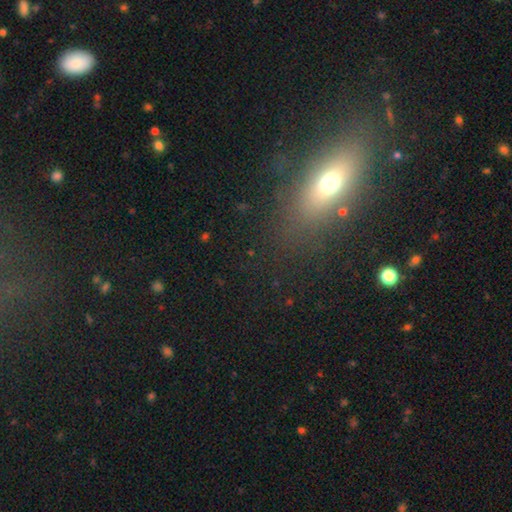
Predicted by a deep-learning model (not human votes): A smooth galaxy with no disk features (56%) that is in between round and cigar-shaped (62%).

Vote fractions:
- Smooth or featured? smooth: 56% / star or artifact: 24% / featured or disk: 20%
- How rounded? in between: 62% / cigar-shaped: 23% / round: 16%
- Merging? none: 81% / minor disturbance: 11% / major disturbance: 5% / merger: 3%